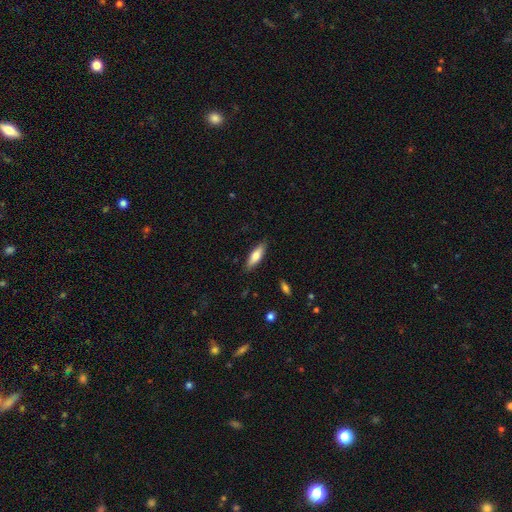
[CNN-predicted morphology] A smooth galaxy with no disk features (73%) that is cigar-shaped (50%).

Vote fractions:
- Smooth or featured? smooth: 73% / featured or disk: 21% / star or artifact: 6%
- How rounded? cigar-shaped: 50% / in between: 48% / round: 2%
- Merging? none: 86% / minor disturbance: 10% / major disturbance: 2% / merger: 1%